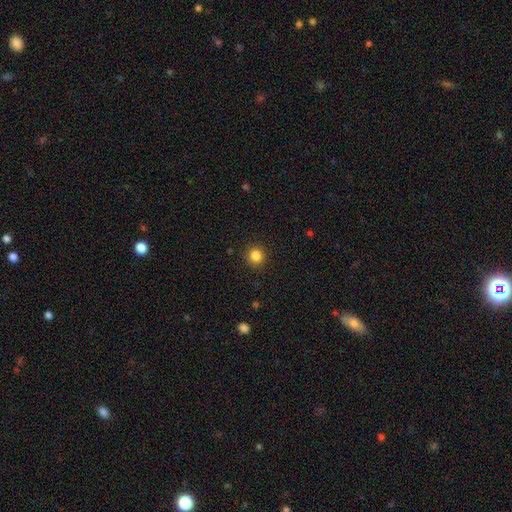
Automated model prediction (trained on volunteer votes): Smooth or featured: smooth — 84% (star or artifact — 11%)
How rounded: round — 92% (in between — 7%)
Merging: none — 91% (minor disturbance — 6%)